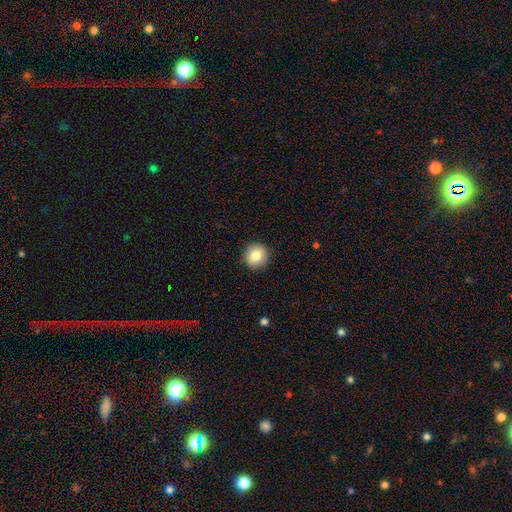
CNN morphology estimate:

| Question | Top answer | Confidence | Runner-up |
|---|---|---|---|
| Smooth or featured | smooth | 82% | featured or disk (9%) |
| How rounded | round | 92% | in between (7%) |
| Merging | none | 91% | minor disturbance (6%) |